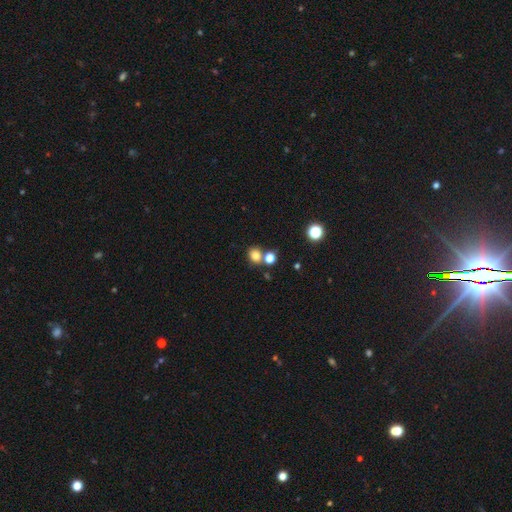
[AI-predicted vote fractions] Overall: smooth (80%). How rounded: round (73%). Merging: none (64%; merger 24%).